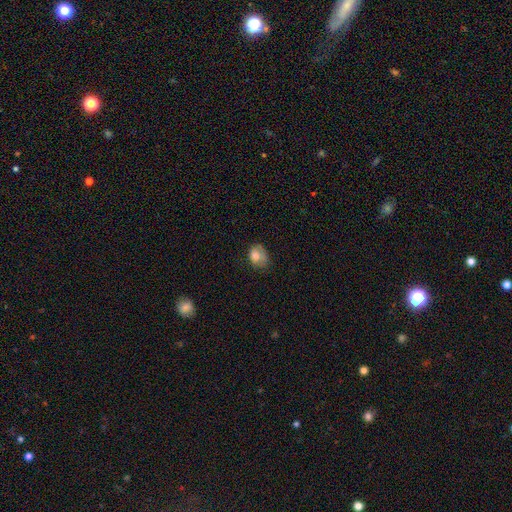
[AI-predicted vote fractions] A smooth galaxy with no disk features (75%) that is in between round and cigar-shaped (64%).

Vote fractions:
- Smooth or featured? smooth: 75% / featured or disk: 16% / star or artifact: 9%
- How rounded? in between: 64% / round: 35% / cigar-shaped: 1%
- Merging? none: 40% / minor disturbance: 37% / major disturbance: 20% / merger: 2%